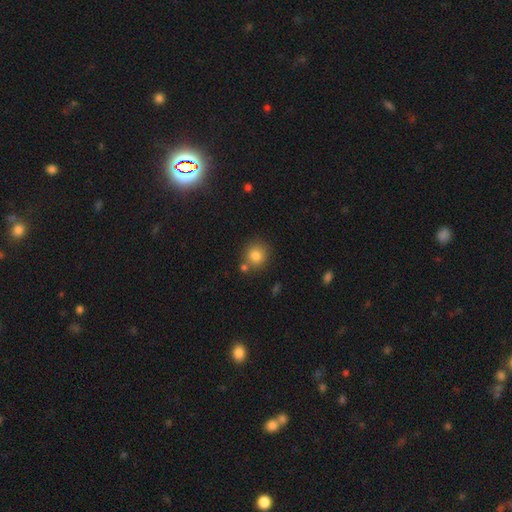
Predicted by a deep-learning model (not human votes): A smooth galaxy with no disk features (81%) that is round (88%). Merging: none (75%).